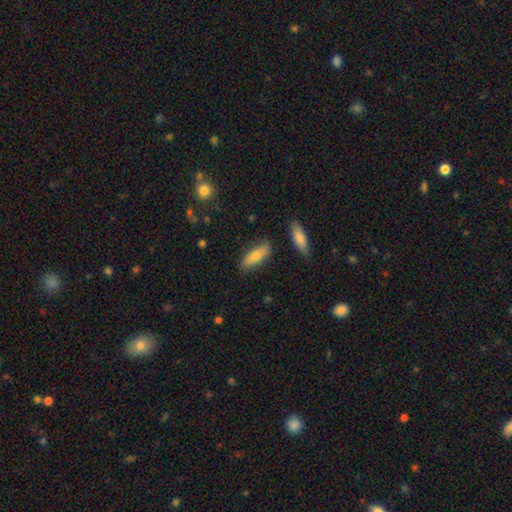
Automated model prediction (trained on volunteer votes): The model was most divided on "how rounded": in between: 58%, cigar-shaped: 40%, round: 2%. More confident: merging — none (78%); smooth or featured — smooth (74%).